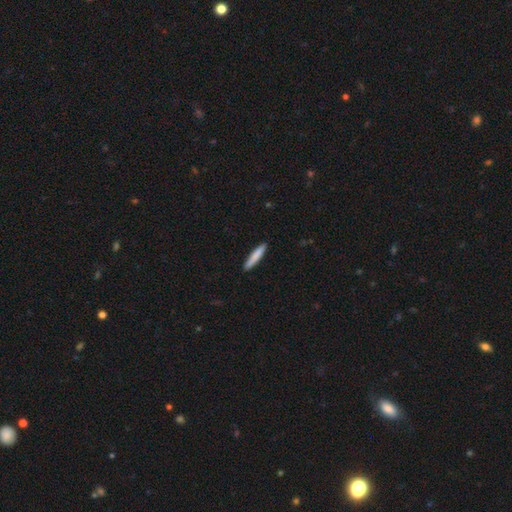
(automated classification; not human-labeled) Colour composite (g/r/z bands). It shows a smooth galaxy with no disk features (81%) that is cigar-shaped (93%). Merging: none (91%).